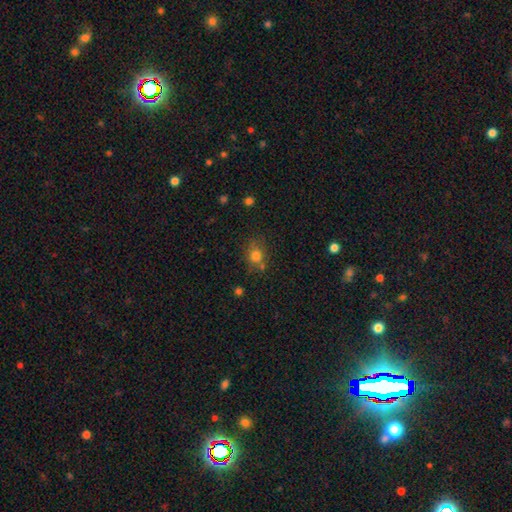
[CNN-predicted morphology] Smooth or featured?
  - smooth: 77% *
  - star or artifact: 13%
  - featured or disk: 9%
How rounded?
  - round: 65% *
  - in between: 34%
  - cigar-shaped: 1%
Merging?
  - none: 69% *
  - minor disturbance: 17%
  - merger: 9%
  - major disturbance: 5%